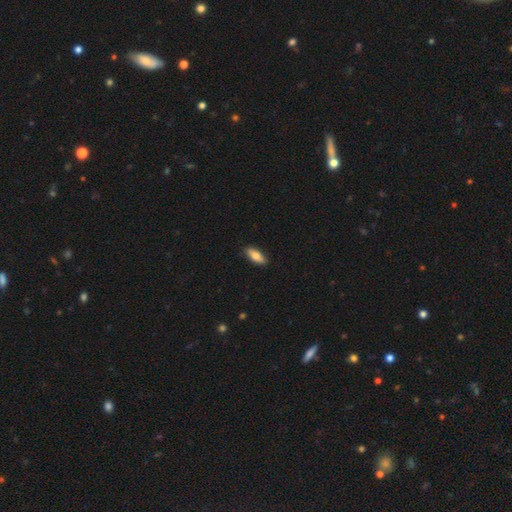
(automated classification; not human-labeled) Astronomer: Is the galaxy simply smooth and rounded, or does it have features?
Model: smooth — 80%.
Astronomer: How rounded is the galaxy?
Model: in between — 76%.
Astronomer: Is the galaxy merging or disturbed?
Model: none — 87%.